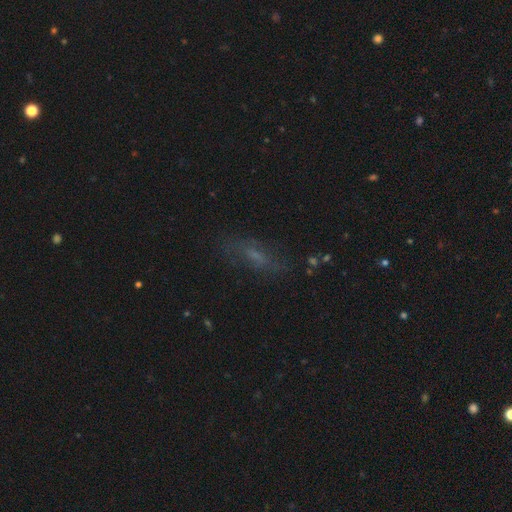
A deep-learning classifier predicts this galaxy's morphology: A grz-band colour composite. It shows a smooth galaxy with no disk features (41%). Merging: none (68%).